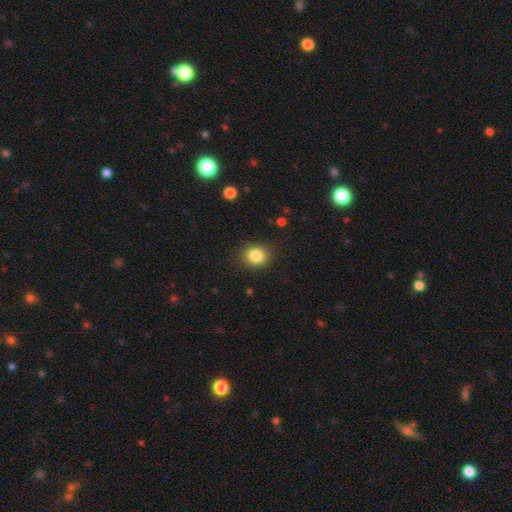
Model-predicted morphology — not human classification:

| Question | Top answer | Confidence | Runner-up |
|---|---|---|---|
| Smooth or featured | smooth | 84% | star or artifact (10%) |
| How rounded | round | 71% | in between (28%) |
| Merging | none | 88% | minor disturbance (8%) |